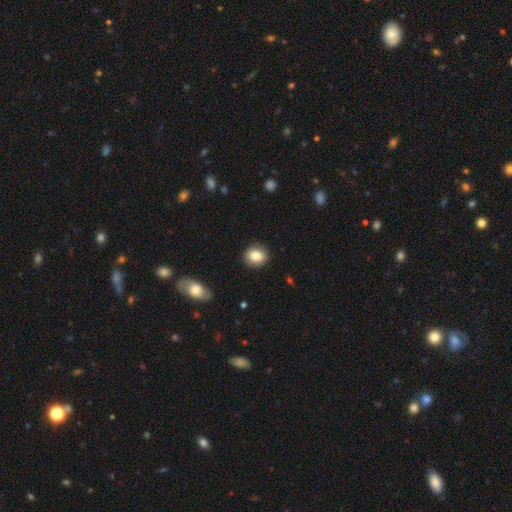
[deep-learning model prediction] This appears to be a smooth galaxy with no disk features (84%) that is round (70%). Merging: none (88%).